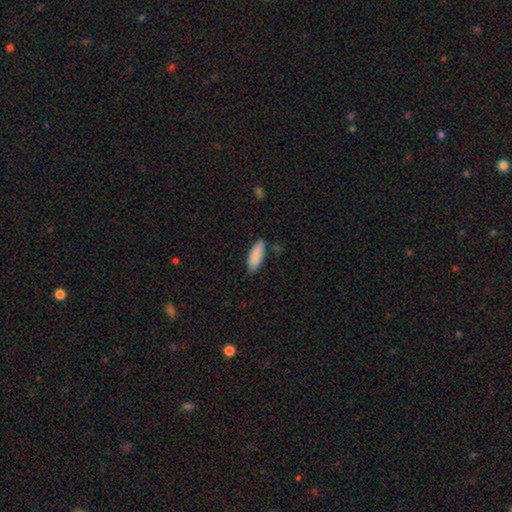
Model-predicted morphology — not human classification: Smooth or featured?
  - smooth: 88% *
  - featured or disk: 6%
  - star or artifact: 6%
How rounded?
  - in between: 69% *
  - cigar-shaped: 29%
  - round: 2%
Merging?
  - none: 78% *
  - minor disturbance: 17%
  - major disturbance: 3%
  - merger: 2%